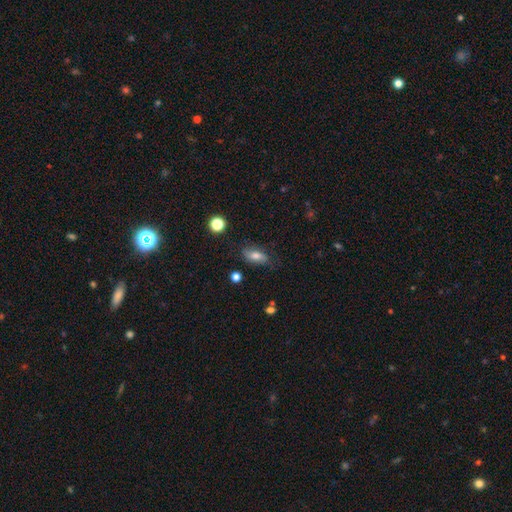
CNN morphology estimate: Smooth or featured? smooth (68%)
How rounded? in between (85%)
Merging? none (72%)